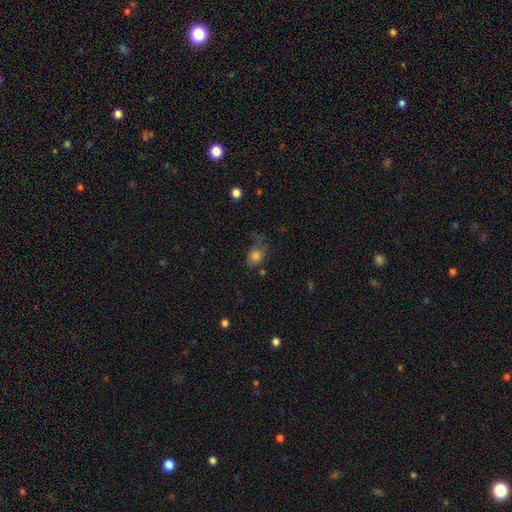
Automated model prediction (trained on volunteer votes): smooth_or_featured: smooth (p=0.78) [alt: featured or disk p=0.11]
how_rounded: in between (p=0.63) [alt: round p=0.35]
merging: none (p=0.47) [alt: minor disturbance p=0.29]